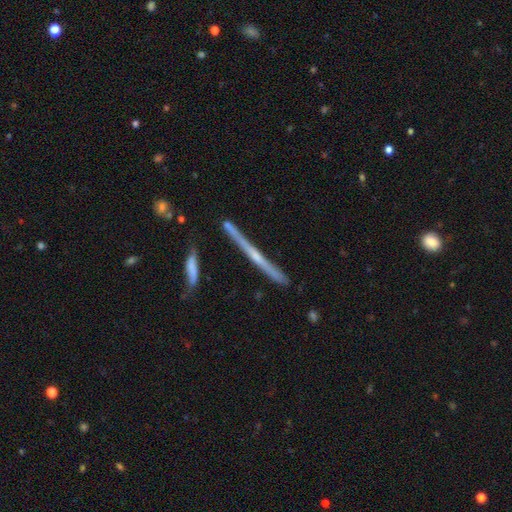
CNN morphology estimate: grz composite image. It shows a featured or disk galaxy (75%) viewed edge-on (98%) with a rounded central bulge (55%). Merging: none (85%).